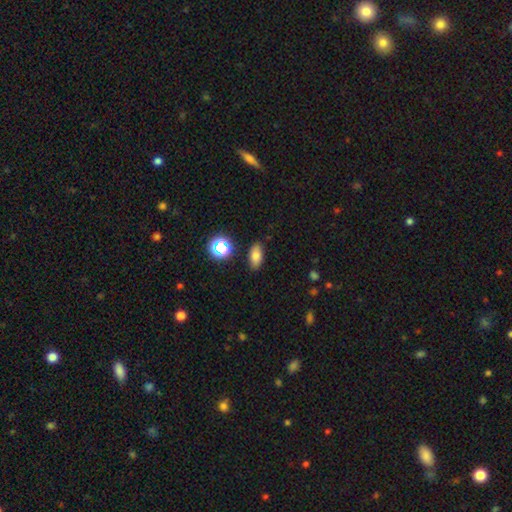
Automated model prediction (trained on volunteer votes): Smooth or featured: smooth — 76% (star or artifact — 14%)
How rounded: in between — 85% (round — 8%)
Merging: none — 85% (minor disturbance — 10%)